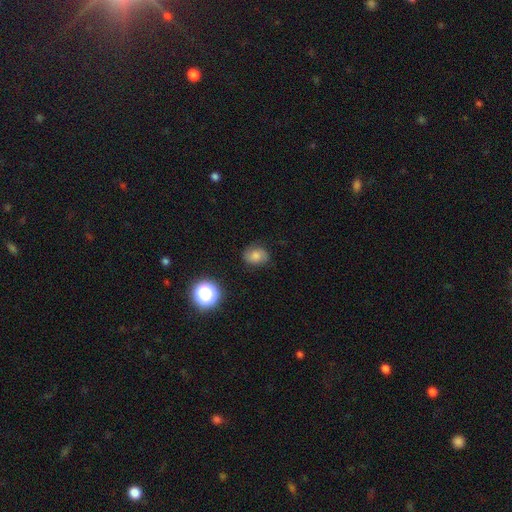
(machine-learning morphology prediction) Smooth or featured? Predicted: smooth (p=0.59). How rounded? Predicted: in between (p=0.50). Merging? Predicted: none (p=0.76).